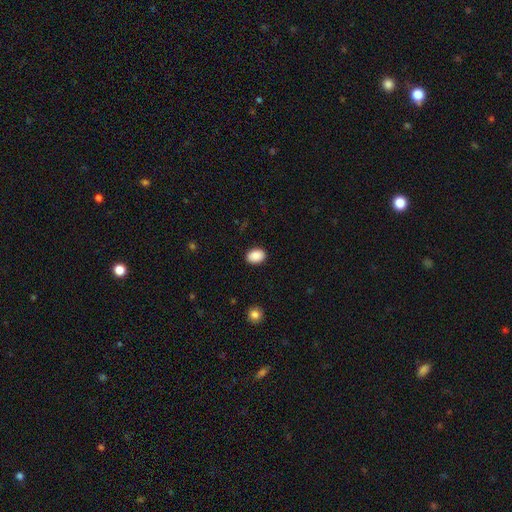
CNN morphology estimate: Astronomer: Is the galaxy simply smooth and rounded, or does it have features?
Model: smooth — 89%.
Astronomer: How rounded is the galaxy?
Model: in between — 79%.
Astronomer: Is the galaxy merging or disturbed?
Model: none — 90%.